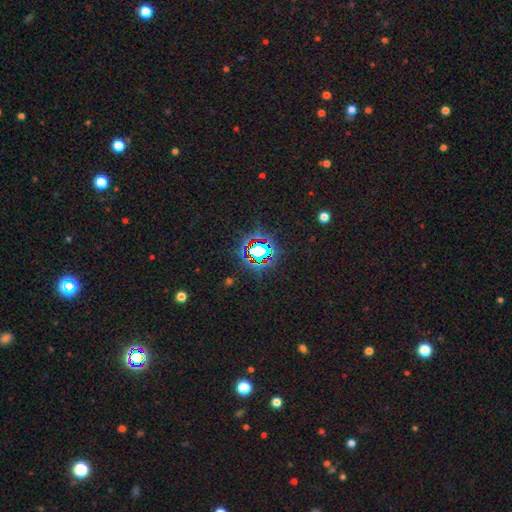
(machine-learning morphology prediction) Smooth or featured? Predicted: star or artifact (p=0.76).